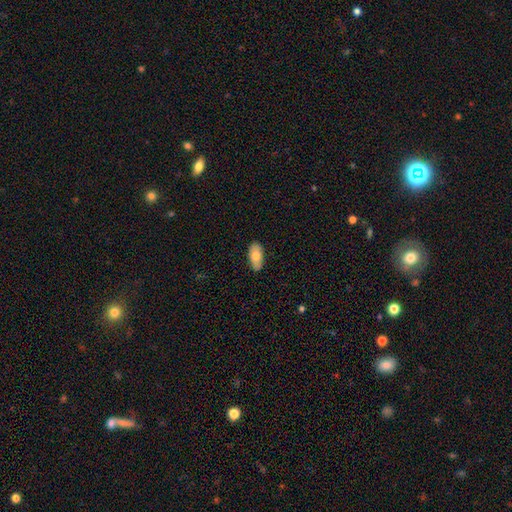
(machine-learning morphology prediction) This appears to be a smooth galaxy with no disk features (77%) that is in between round and cigar-shaped (91%). Merging: none (84%).